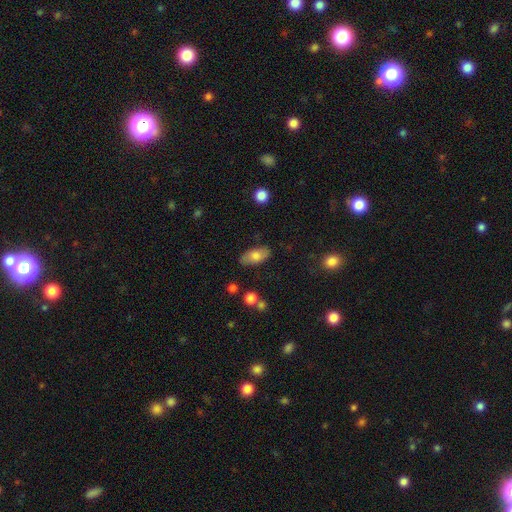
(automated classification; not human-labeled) Smooth or featured: smooth — 75% (featured or disk — 18%)
How rounded: in between — 90% (cigar-shaped — 6%)
Merging: none — 82% (minor disturbance — 13%)